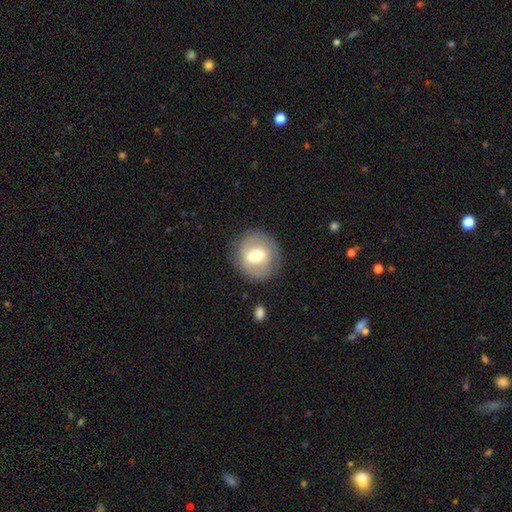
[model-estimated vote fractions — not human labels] Smooth or featured: smooth — 50% (featured or disk — 43%)
How rounded: round — 78% (in between — 21%)
Merging: none — 80% (minor disturbance — 13%)